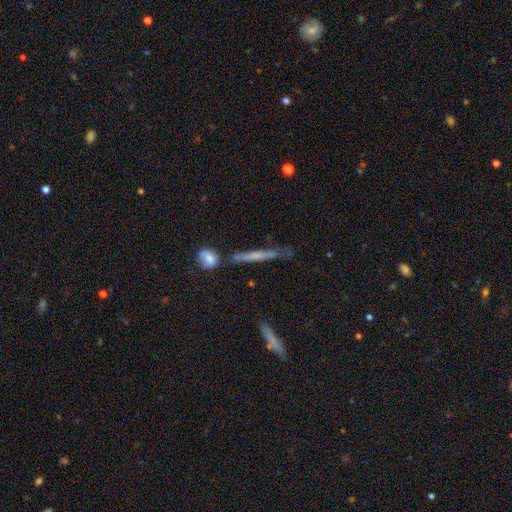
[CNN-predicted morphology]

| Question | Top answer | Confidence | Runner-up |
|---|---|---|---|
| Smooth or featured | featured or disk | 47% | smooth (43%) |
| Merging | none | 65% | minor disturbance (21%) |